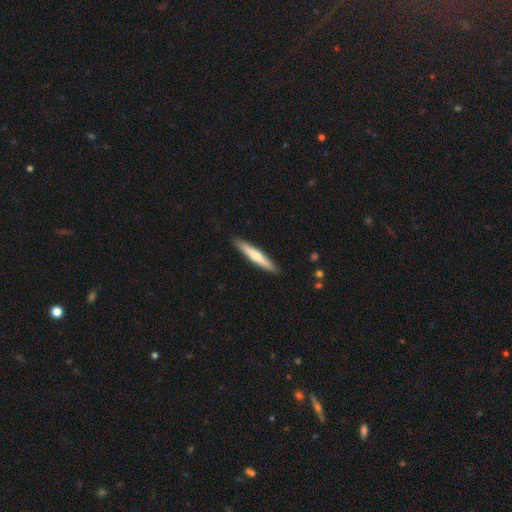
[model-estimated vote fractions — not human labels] Q: Smooth or featured?
A: smooth (55%); runner-up: featured or disk (40%)
Q: How rounded?
A: cigar-shaped (93%); runner-up: in between (5%)
Q: Merging?
A: none (91%); runner-up: minor disturbance (7%)